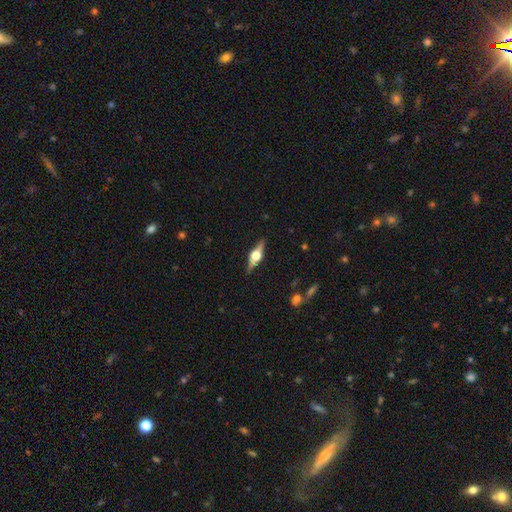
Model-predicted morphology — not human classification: smooth-or-featured: featured or disk: 78% | smooth: 17% | star or artifact: 6%
  disk-edge-on: yes: 97% | no: 3%
    edge-on-bulge: rounded: 95% | boxy: 4% | none: 1%
  merging: none: 89% | minor disturbance: 8% | major disturbance: 2% | merger: 1%